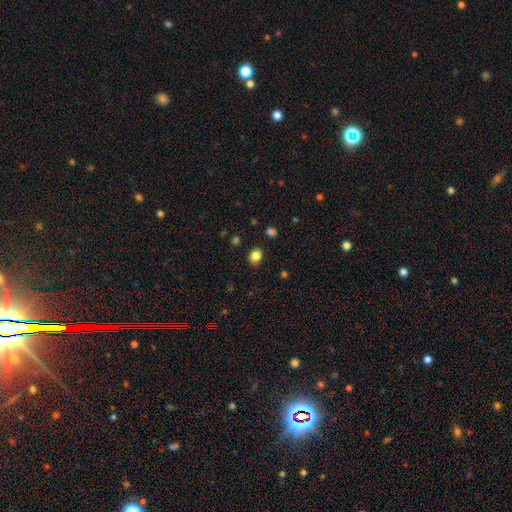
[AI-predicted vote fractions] Smooth or featured?
  - smooth: 83% *
  - star or artifact: 11%
  - featured or disk: 5%
How rounded?
  - round: 57% *
  - in between: 42%
  - cigar-shaped: 1%
Merging?
  - none: 85% *
  - minor disturbance: 11%
  - major disturbance: 3%
  - merger: 2%